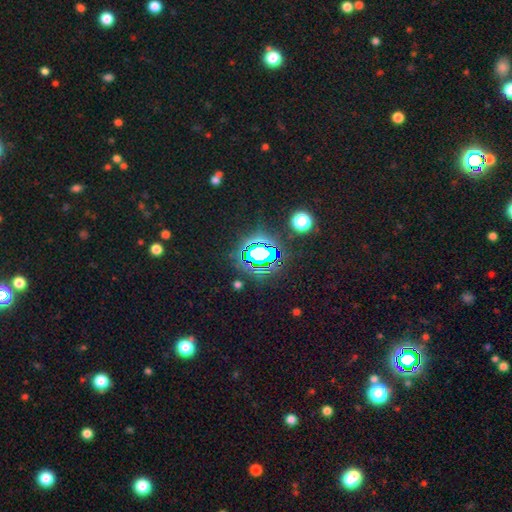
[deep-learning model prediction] Smooth or featured?
  - star or artifact: 77% *
  - smooth: 15%
  - featured or disk: 9%